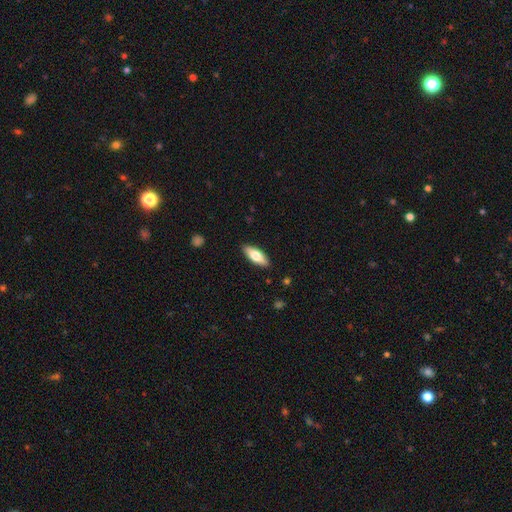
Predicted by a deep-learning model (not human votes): The model was most divided on "how rounded": in between: 69%, cigar-shaped: 29%, round: 2%. More confident: merging — none (89%); smooth or featured — smooth (70%).